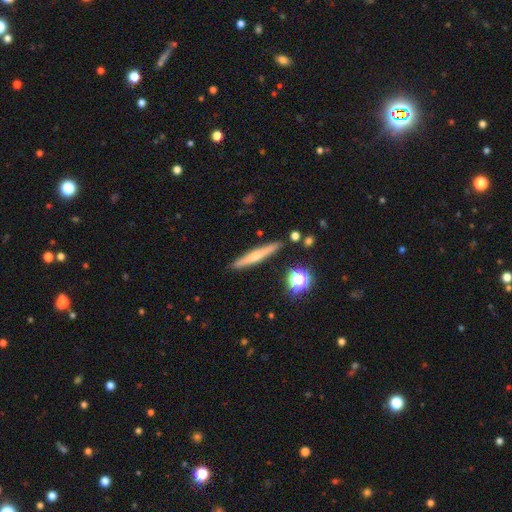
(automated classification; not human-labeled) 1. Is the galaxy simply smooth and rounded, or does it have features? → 47% featured or disk, 45% smooth, 8% star or artifact.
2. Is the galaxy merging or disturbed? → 89% none, 8% minor disturbance, 2% merger, 2% major disturbance.